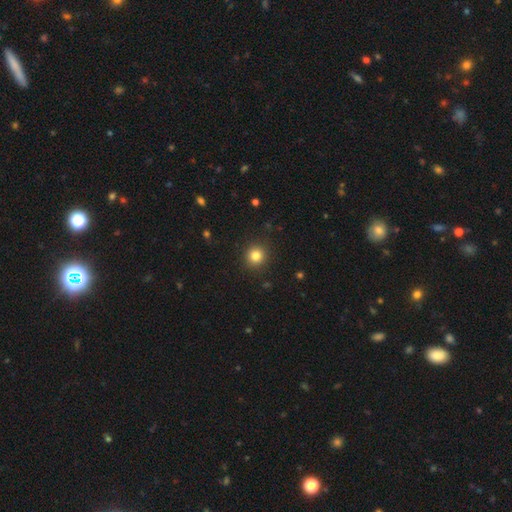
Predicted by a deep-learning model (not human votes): smooth-or-featured: smooth: 82% | star or artifact: 12% | featured or disk: 6%
  how-rounded: round: 92% | in between: 7% | cigar-shaped: 1%
  merging: none: 90% | minor disturbance: 6% | major disturbance: 2% | merger: 1%